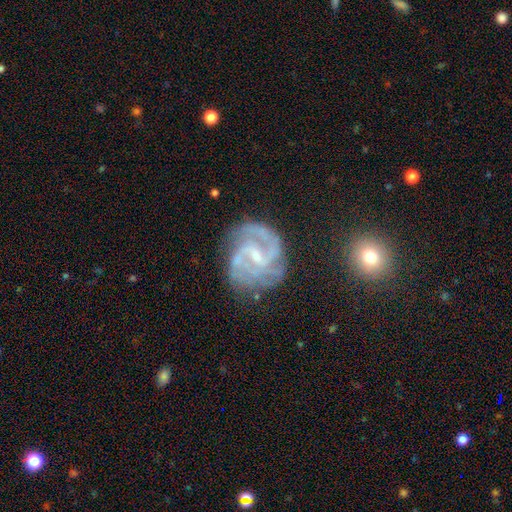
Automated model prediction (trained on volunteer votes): Smooth or featured? Predicted: featured or disk (p=0.90). Edge-on disk? Predicted: no (p=0.98). Bar? Predicted: weak (p=0.55). Spiral arms? Predicted: yes (p=0.97). Spiral winding? Predicted: medium (p=0.51). Spiral arm count? Predicted: 2 (p=0.43). Bulge size? Predicted: small (p=0.72). Merging? Predicted: none (p=0.67).